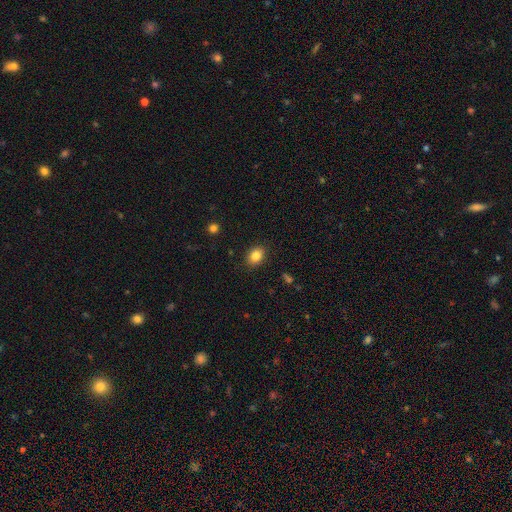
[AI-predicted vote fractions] Smooth or featured?
  - smooth: 84% *
  - star or artifact: 10%
  - featured or disk: 6%
How rounded?
  - in between: 60% *
  - round: 39%
  - cigar-shaped: 1%
Merging?
  - none: 88% *
  - minor disturbance: 9%
  - major disturbance: 2%
  - merger: 1%